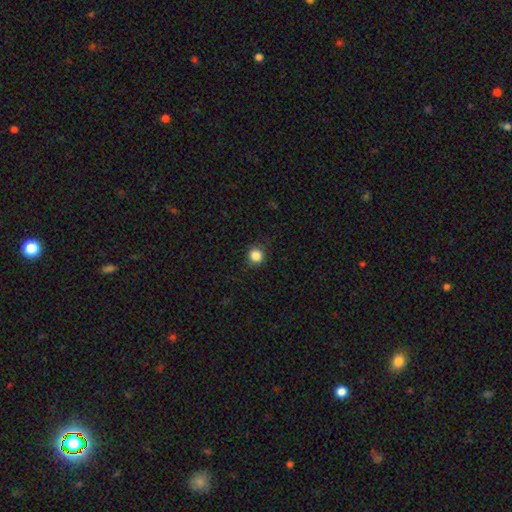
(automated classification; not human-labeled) Q: Smooth or featured?
A: smooth (85%); runner-up: star or artifact (11%)
Q: How rounded?
A: round (90%); runner-up: in between (9%)
Q: Merging?
A: none (88%); runner-up: minor disturbance (8%)